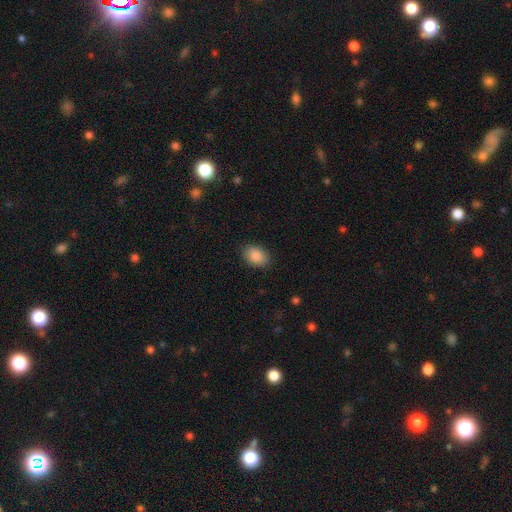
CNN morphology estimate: smooth-or-featured: smooth: 88% | star or artifact: 7% | featured or disk: 5%
  how-rounded: in between: 79% | round: 20% | cigar-shaped: 1%
  merging: none: 87% | minor disturbance: 10% | major disturbance: 3% | merger: 1%